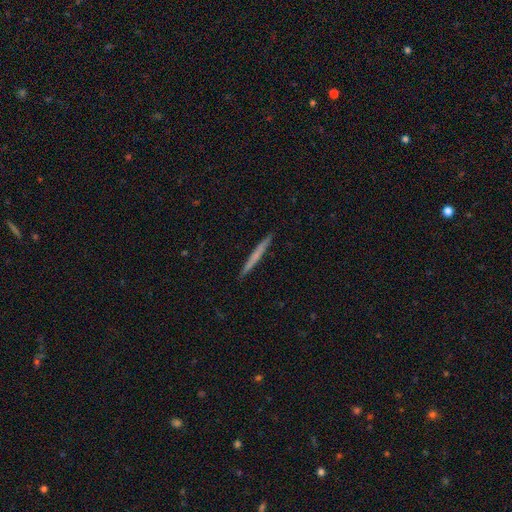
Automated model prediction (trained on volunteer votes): Morphology: type=smooth (53%); roundness=cigar-shaped (97%); merging=none (93%).